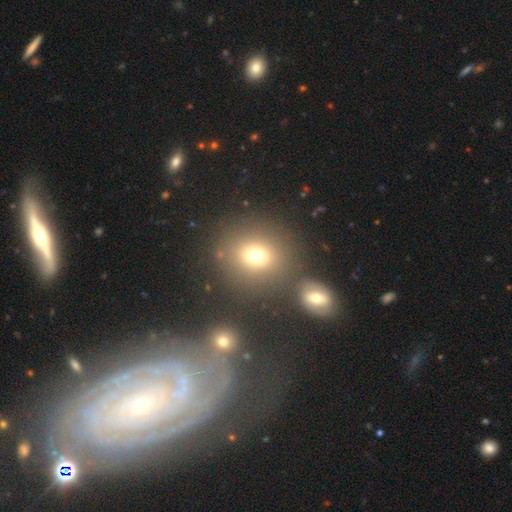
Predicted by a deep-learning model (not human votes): A smooth galaxy with no disk features (71%) that is round (80%).

Vote fractions:
- Smooth or featured? smooth: 71% / star or artifact: 18% / featured or disk: 11%
- How rounded? round: 80% / in between: 19% / cigar-shaped: 1%
- Merging? none: 71% / merger: 15% / minor disturbance: 9% / major disturbance: 5%